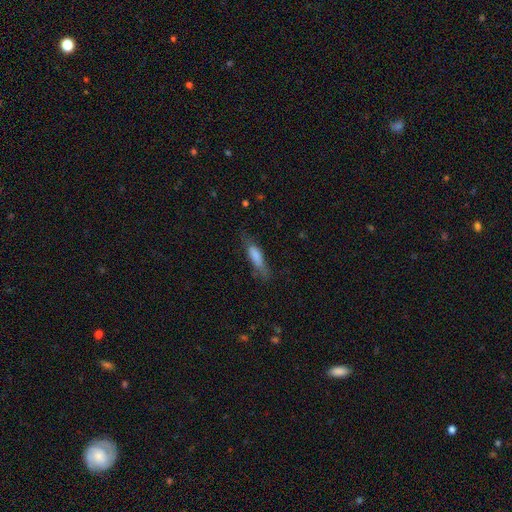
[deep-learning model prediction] smooth 74%, featured or disk 19%, star or artifact 7%. Down the decision tree: how rounded — cigar-shaped (53%); merging — none (54%).